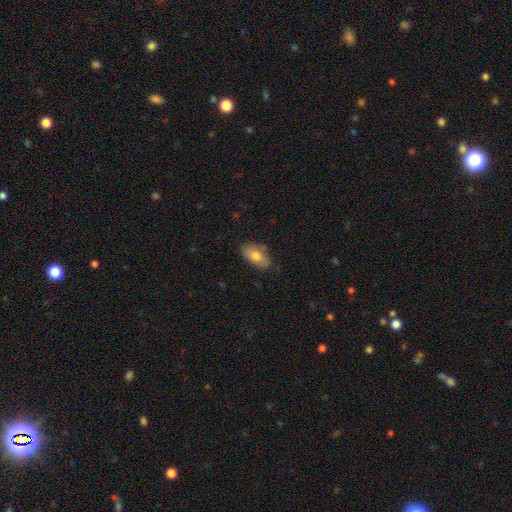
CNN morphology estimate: smooth 74%, featured or disk 19%, star or artifact 7%. Down the decision tree: how rounded — in between (92%); merging — none (73%).